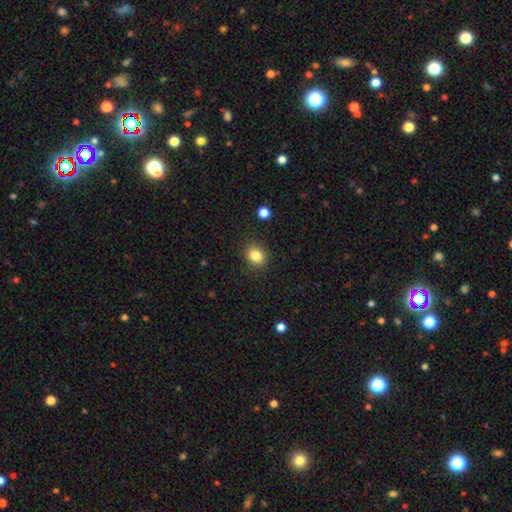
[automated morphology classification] A smooth galaxy with no disk features (84%) that is round (69%).

Vote fractions:
- Smooth or featured? smooth: 84% / star or artifact: 11% / featured or disk: 6%
- How rounded? round: 69% / in between: 30% / cigar-shaped: 1%
- Merging? none: 88% / minor disturbance: 8% / major disturbance: 2% / merger: 1%